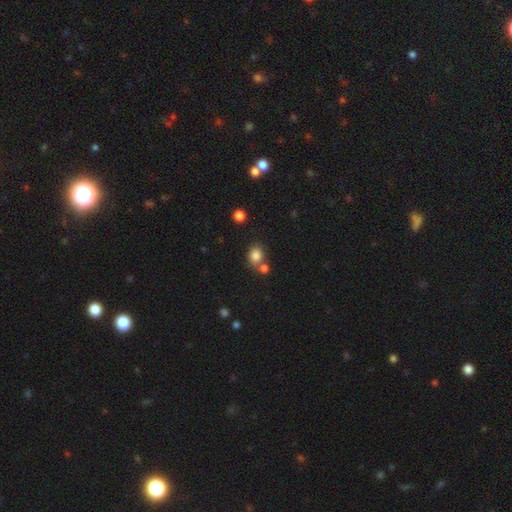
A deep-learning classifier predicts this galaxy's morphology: The model was most divided on "merging": none: 54%, merger: 30%, minor disturbance: 11%, major disturbance: 4%. More confident: smooth or featured — smooth (82%); how rounded — round (63%).